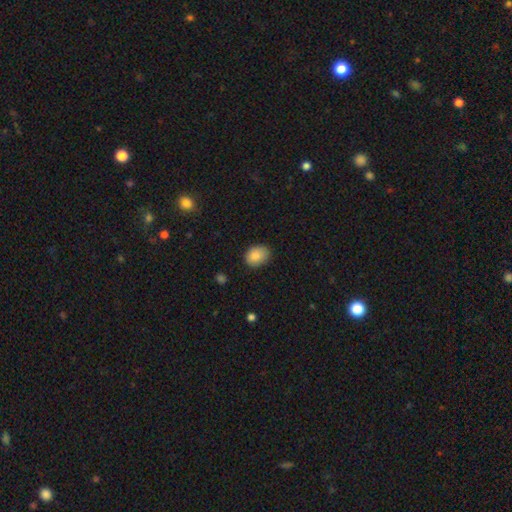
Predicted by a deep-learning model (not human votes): smooth_or_featured: smooth (p=0.84) [alt: star or artifact p=0.08]
how_rounded: in between (p=0.62) [alt: round p=0.37]
merging: none (p=0.79) [alt: minor disturbance p=0.17]